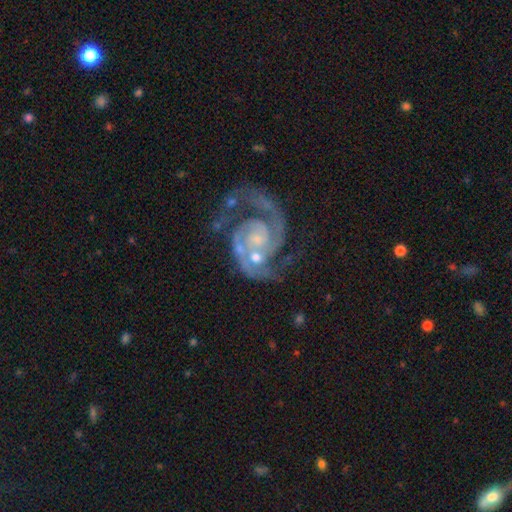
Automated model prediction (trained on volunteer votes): A featured or disk galaxy (92%) with no bar (68%), 2 (85%) medium (47%) spiral arms (98%) and a small central bulge (59%). Merging: none (47%).